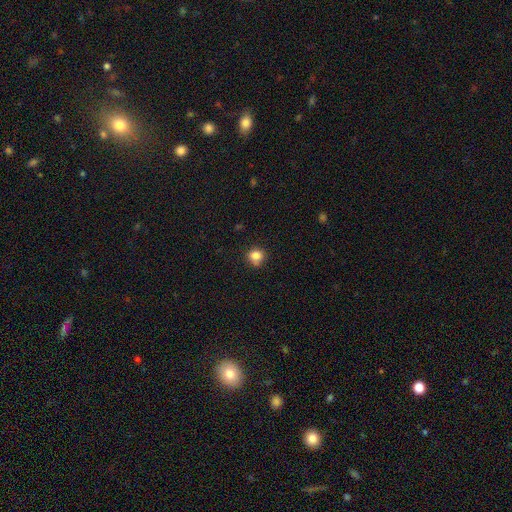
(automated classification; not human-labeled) A smooth galaxy with no disk features (81%) that is round (82%).

Vote fractions:
- Smooth or featured? smooth: 81% / star or artifact: 12% / featured or disk: 8%
- How rounded? round: 82% / in between: 17% / cigar-shaped: 1%
- Merging? none: 67% / minor disturbance: 20% / merger: 9% / major disturbance: 5%